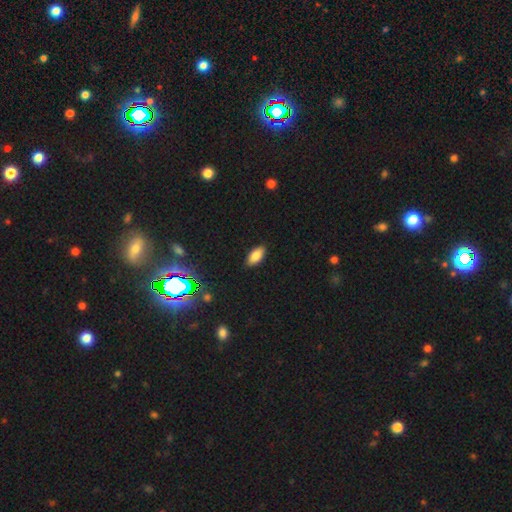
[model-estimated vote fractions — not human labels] Overall: smooth (82%). How rounded: in between (92%). Merging: none (88%).